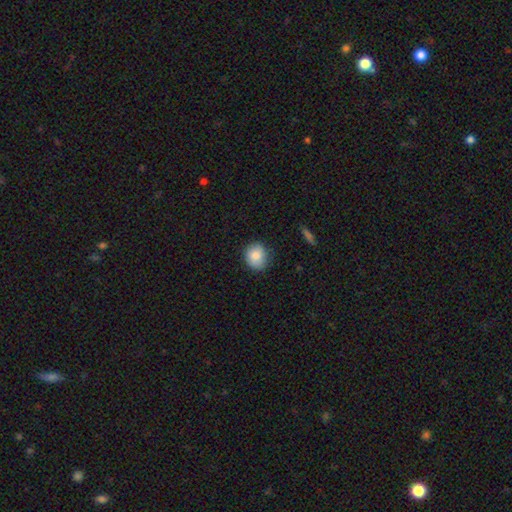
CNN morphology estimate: Smooth or featured: smooth — 84% (star or artifact — 8%)
How rounded: round — 73% (in between — 26%)
Merging: none — 78% (minor disturbance — 17%)